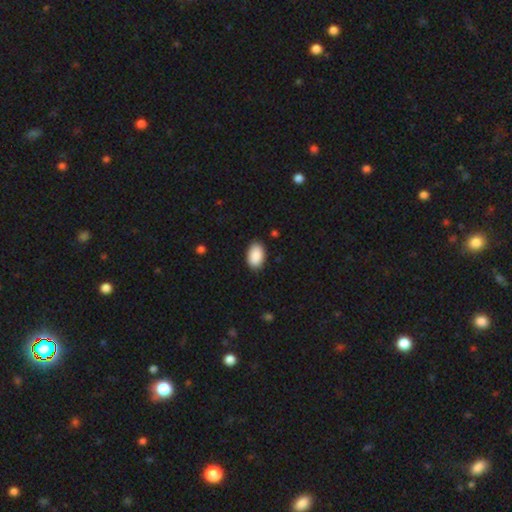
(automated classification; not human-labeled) Smooth or featured: smooth — 90% (star or artifact — 6%)
How rounded: in between — 93% (round — 6%)
Merging: none — 87% (minor disturbance — 10%)